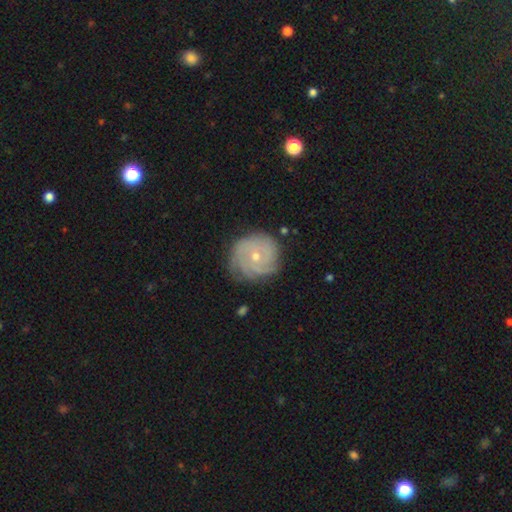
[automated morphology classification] smooth_or_featured: featured or disk (p=0.75) [alt: smooth p=0.18]
disk_edge_on: no (p=0.97) [alt: yes p=0.03]
bar: no (p=0.79) [alt: weak p=0.18]
has_spiral_arms: yes (p=0.91) [alt: no p=0.09]
spiral_winding: tight (p=0.73) [alt: medium p=0.21]
spiral_arm_count: can't tell (p=0.37) [alt: 3 p=0.24]
bulge_size: small (p=0.56) [alt: moderate p=0.41]
merging: none (p=0.74) [alt: minor disturbance p=0.19]